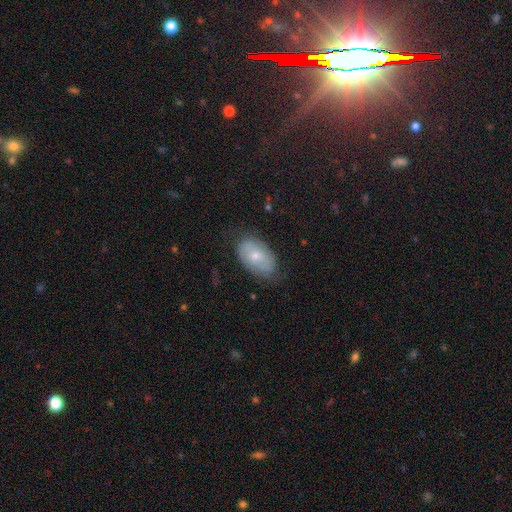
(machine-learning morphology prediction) A smooth galaxy with no disk features (59%) that is in between round and cigar-shaped (91%). Merging: none (72%).